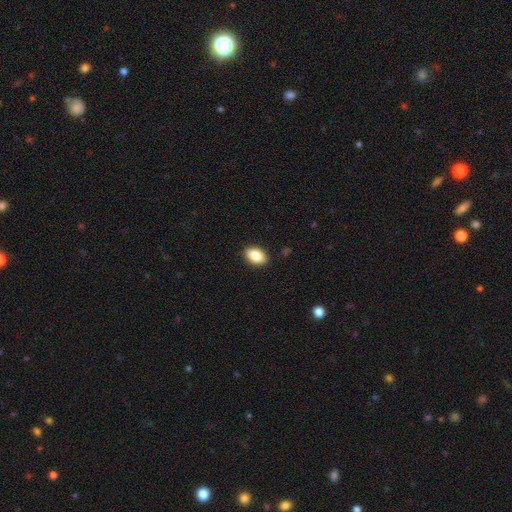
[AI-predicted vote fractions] Q: Smooth or featured?
A: smooth (87%); runner-up: star or artifact (7%)
Q: How rounded?
A: in between (88%); runner-up: round (10%)
Q: Merging?
A: none (89%); runner-up: minor disturbance (8%)